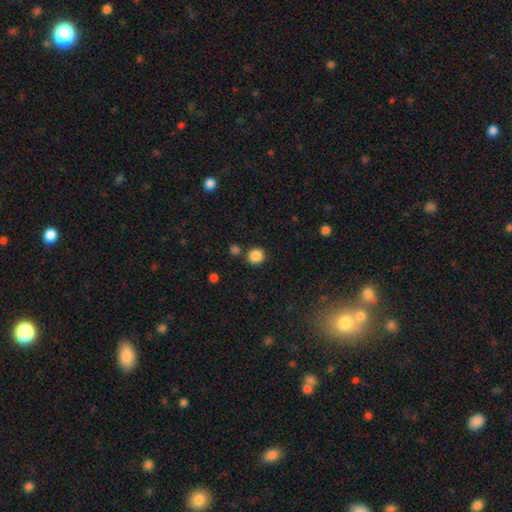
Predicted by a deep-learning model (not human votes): Morphology: type=smooth (86%); roundness=round (92%); merging=none (83%).